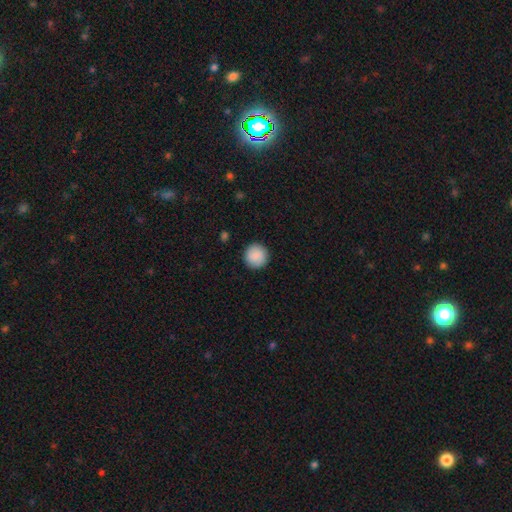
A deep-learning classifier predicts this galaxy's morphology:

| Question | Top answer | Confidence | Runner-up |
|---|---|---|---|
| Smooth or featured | smooth | 89% | star or artifact (7%) |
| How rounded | round | 95% | in between (4%) |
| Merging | none | 92% | minor disturbance (5%) |